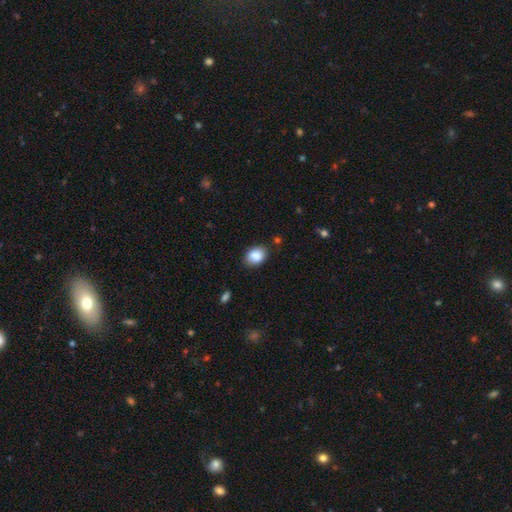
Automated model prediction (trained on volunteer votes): Smooth or featured? Predicted: smooth (p=0.88). How rounded? Predicted: in between (p=0.68). Merging? Predicted: none (p=0.80).